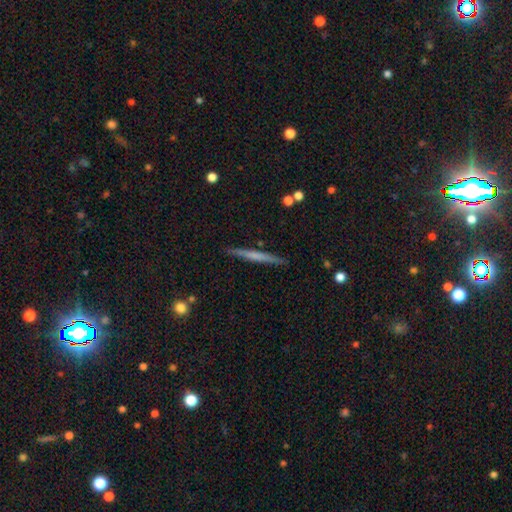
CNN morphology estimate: Smooth or featured? Predicted: smooth (p=0.48). Merging? Predicted: none (p=0.90).